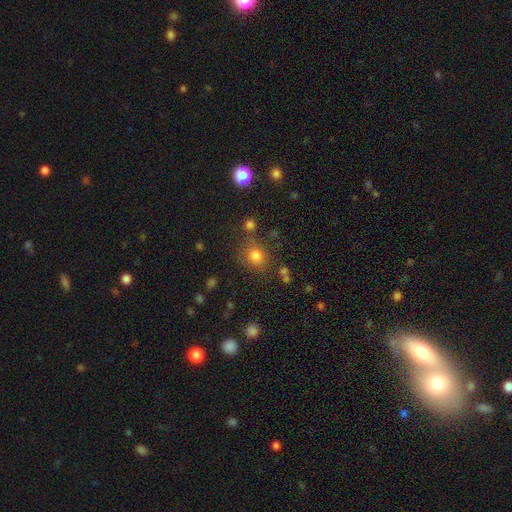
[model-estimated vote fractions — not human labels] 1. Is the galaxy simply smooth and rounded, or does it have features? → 77% smooth, 16% star or artifact, 7% featured or disk.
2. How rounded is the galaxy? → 76% round, 23% in between, 1% cigar-shaped.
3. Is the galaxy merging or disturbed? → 73% none, 13% minor disturbance, 8% merger, 6% major disturbance.